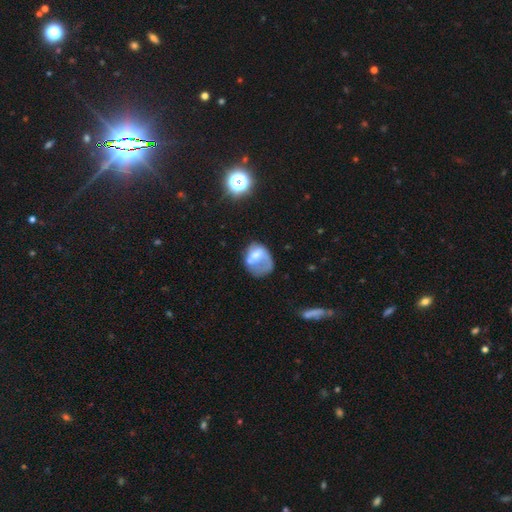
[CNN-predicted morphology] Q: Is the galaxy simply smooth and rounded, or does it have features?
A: smooth — 46%.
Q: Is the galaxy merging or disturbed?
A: major disturbance — 39%.